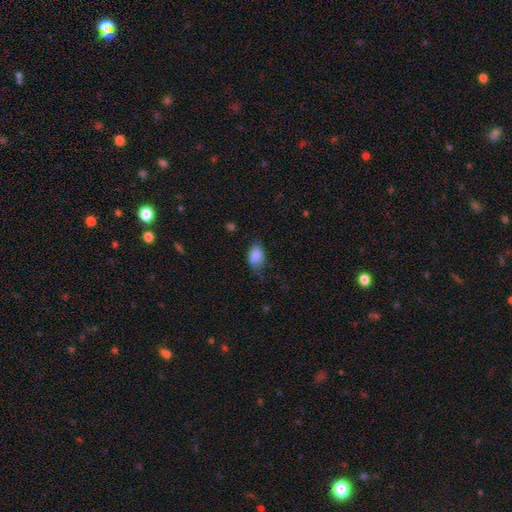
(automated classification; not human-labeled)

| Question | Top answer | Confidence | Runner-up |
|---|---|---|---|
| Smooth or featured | smooth | 86% | star or artifact (8%) |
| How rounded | in between | 86% | round (13%) |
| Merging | none | 56% | minor disturbance (33%) |